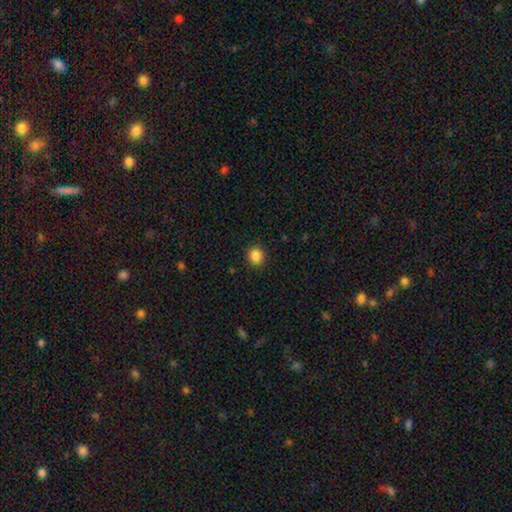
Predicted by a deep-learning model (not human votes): Overall: smooth (86%). How rounded: round (86%). Merging: none (90%).